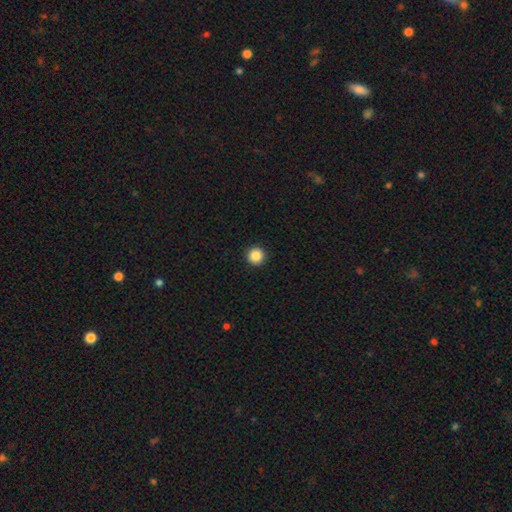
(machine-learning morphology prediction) Q: Smooth or featured?
A: smooth (87%); runner-up: star or artifact (10%)
Q: How rounded?
A: round (97%); runner-up: in between (2%)
Q: Merging?
A: none (94%); runner-up: minor disturbance (4%)